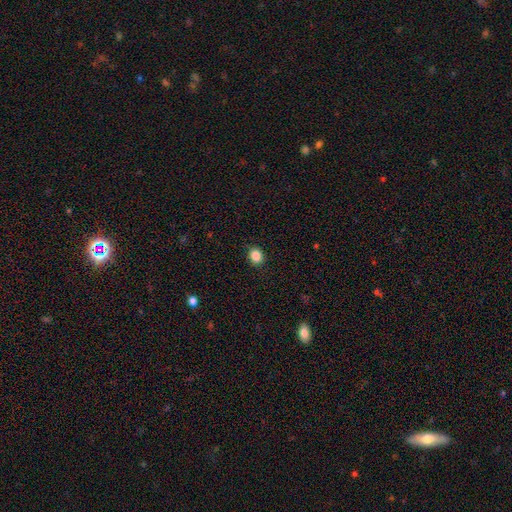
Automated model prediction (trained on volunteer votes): The model was most divided on "how rounded": round: 66%, in between: 33%, cigar-shaped: 1%. More confident: merging — none (89%); smooth or featured — smooth (86%).